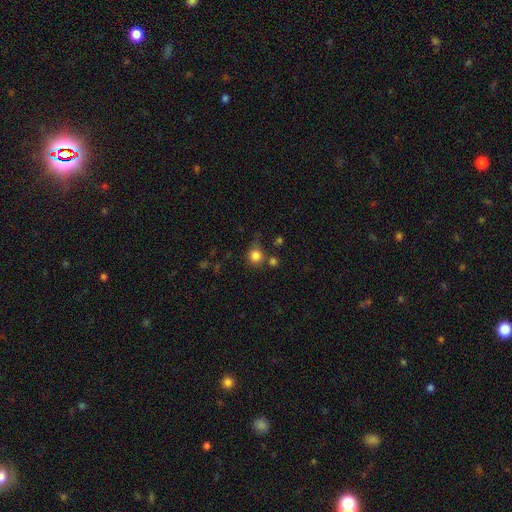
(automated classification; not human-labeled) This is clearly a smooth galaxy (82%). How rounded: clearly round (91%). Merging: likely none (67%).